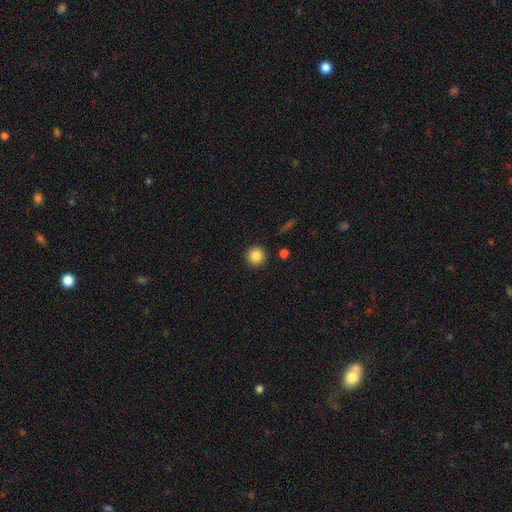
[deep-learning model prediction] Overall: smooth (85%). How rounded: round (95%). Merging: none (92%).